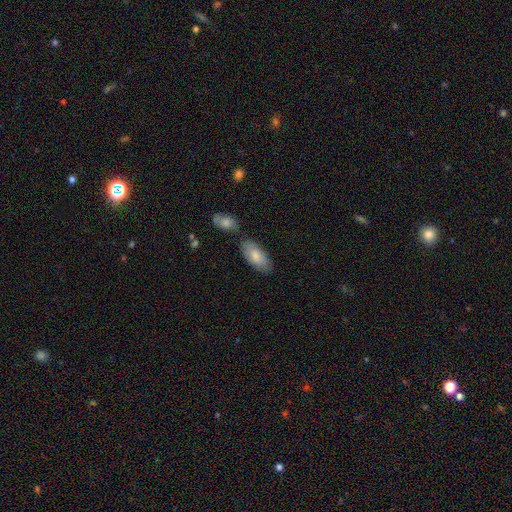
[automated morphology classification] Q: Smooth or featured?
A: smooth (80%); runner-up: featured or disk (15%)
Q: How rounded?
A: in between (89%); runner-up: cigar-shaped (9%)
Q: Merging?
A: none (67%); runner-up: minor disturbance (16%)